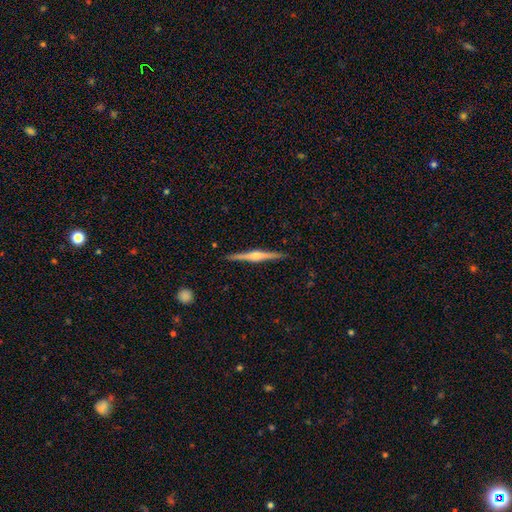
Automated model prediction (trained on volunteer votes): Q: Smooth or featured?
A: featured or disk (80%); runner-up: smooth (15%)
Q: Edge-on disk?
A: yes (99%); runner-up: no (1%)
Q: Edge-on bulge?
A: rounded (87%); runner-up: boxy (8%)
Q: Merging?
A: none (92%); runner-up: minor disturbance (6%)